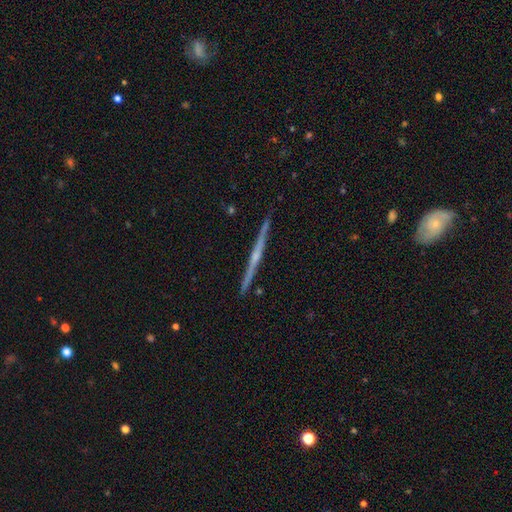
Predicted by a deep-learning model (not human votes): A featured or disk galaxy (81%) viewed edge-on (99%) with a rounded central bulge (65%). Merging: none (92%).